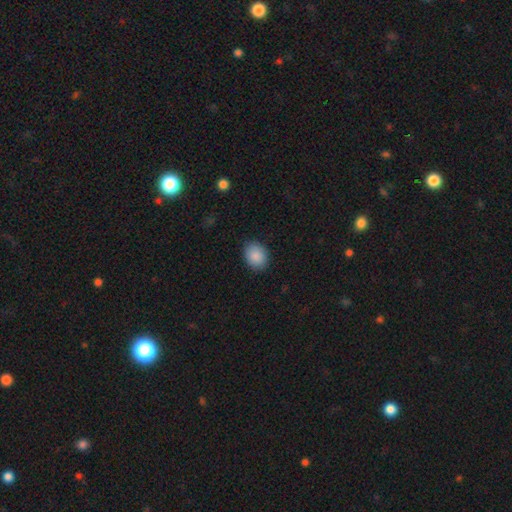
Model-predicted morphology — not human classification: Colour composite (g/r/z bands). It shows a smooth galaxy with no disk features (89%) that is in between round and cigar-shaped (59%). Merging: none (88%).